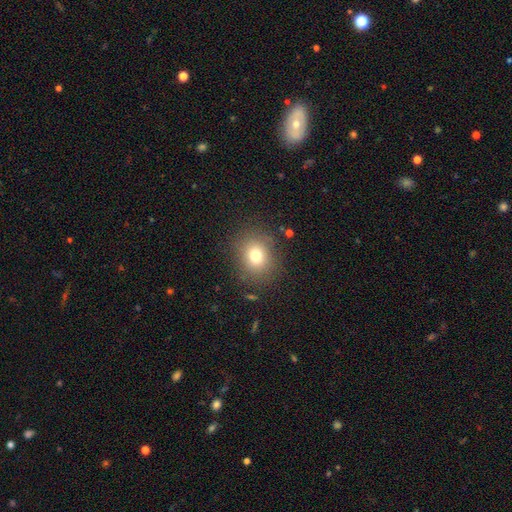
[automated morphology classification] The model was most divided on "how rounded": round: 69%, in between: 30%, cigar-shaped: 1%. More confident: merging — none (83%); smooth or featured — smooth (76%).